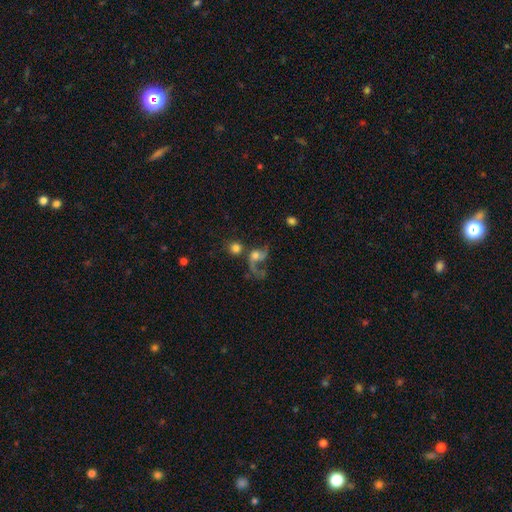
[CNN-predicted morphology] type=featured or disk (59%); edge-on=no (97%); bar=no (71%); spiral arms=yes (80%); bulge=moderate (47%); merging=major disturbance (35%).